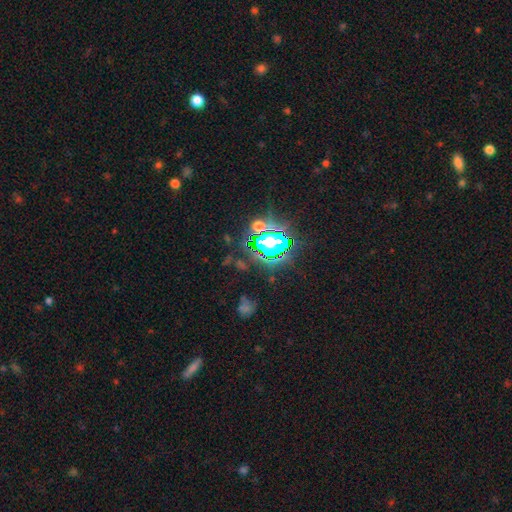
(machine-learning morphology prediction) Q: Smooth or featured?
A: star or artifact (81%); runner-up: smooth (12%)